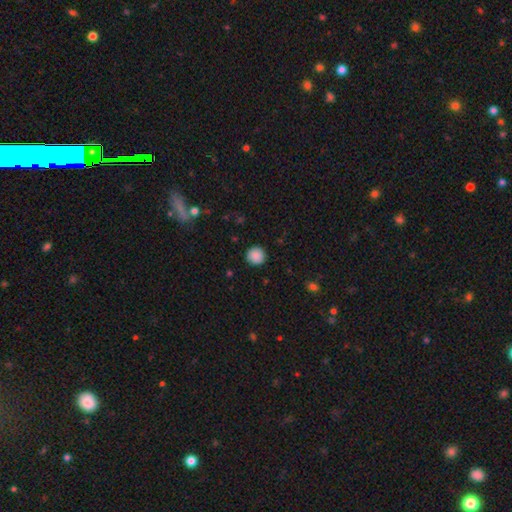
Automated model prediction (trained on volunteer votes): Smooth or featured?
  - smooth: 89% *
  - star or artifact: 9%
  - featured or disk: 3%
How rounded?
  - round: 94% *
  - in between: 5%
  - cigar-shaped: 1%
Merging?
  - none: 91% *
  - minor disturbance: 6%
  - major disturbance: 2%
  - merger: 1%